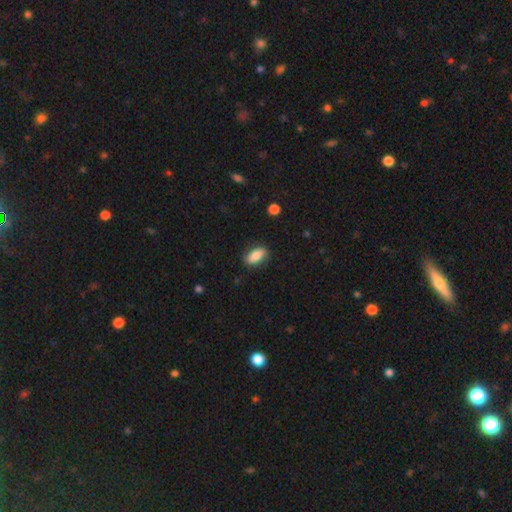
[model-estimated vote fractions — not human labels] Q: Smooth or featured?
A: smooth (81%); runner-up: featured or disk (12%)
Q: How rounded?
A: in between (88%); runner-up: cigar-shaped (7%)
Q: Merging?
A: none (79%); runner-up: minor disturbance (15%)